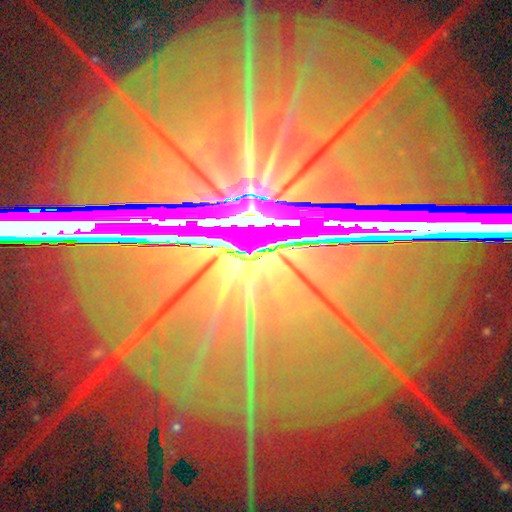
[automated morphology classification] star or artifact 83%, featured or disk 12%, smooth 5%.